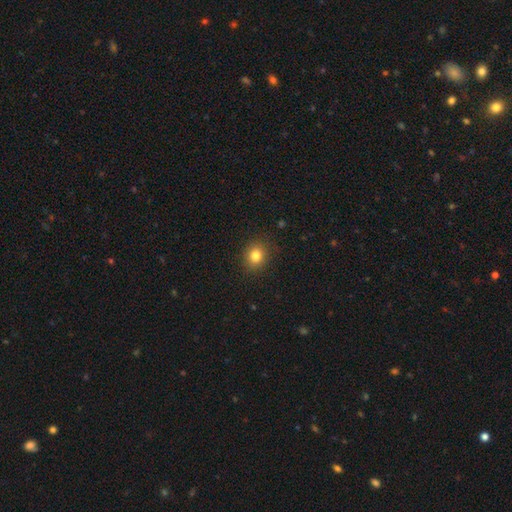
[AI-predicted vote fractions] Morphology: type=smooth (82%); roundness=round (74%); merging=none (89%).